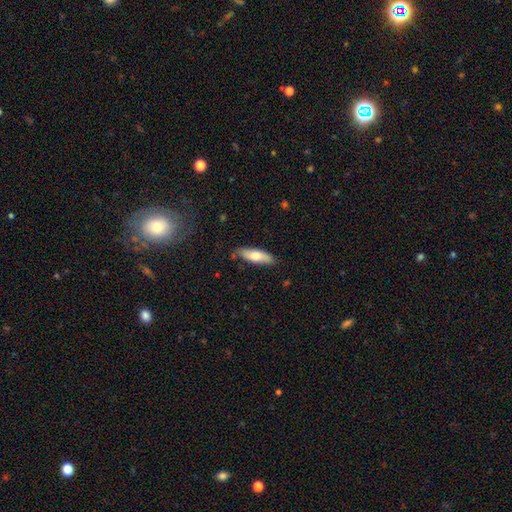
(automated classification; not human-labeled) This appears to be a smooth galaxy with no disk features (69%) that is in between round and cigar-shaped (50%). Merging: none (83%).